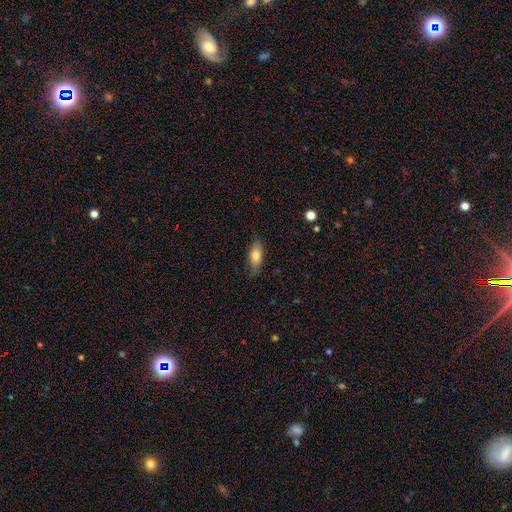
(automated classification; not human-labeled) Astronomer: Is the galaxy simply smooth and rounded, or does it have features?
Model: smooth — 75%.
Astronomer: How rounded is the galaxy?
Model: in between — 77%.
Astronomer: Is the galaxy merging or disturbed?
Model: none — 79%.